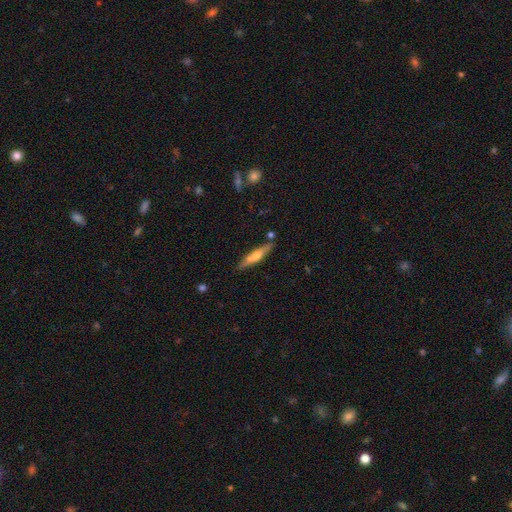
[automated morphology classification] This appears to be a featured or disk galaxy (49%). Merging: none (80%).